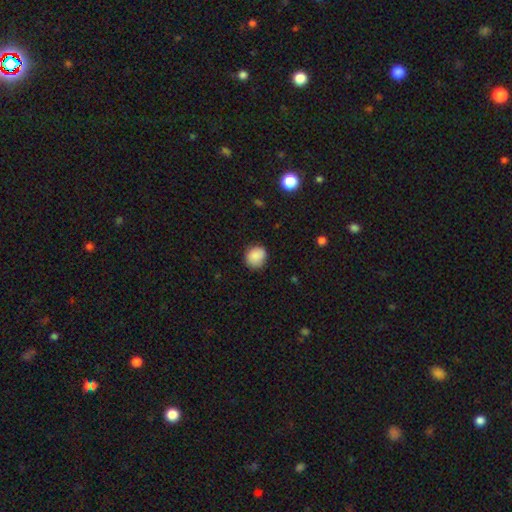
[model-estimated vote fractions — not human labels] Smooth or featured?
  - smooth: 88% *
  - star or artifact: 8%
  - featured or disk: 4%
How rounded?
  - round: 78% *
  - in between: 21%
  - cigar-shaped: 1%
Merging?
  - none: 83% *
  - minor disturbance: 13%
  - major disturbance: 3%
  - merger: 1%